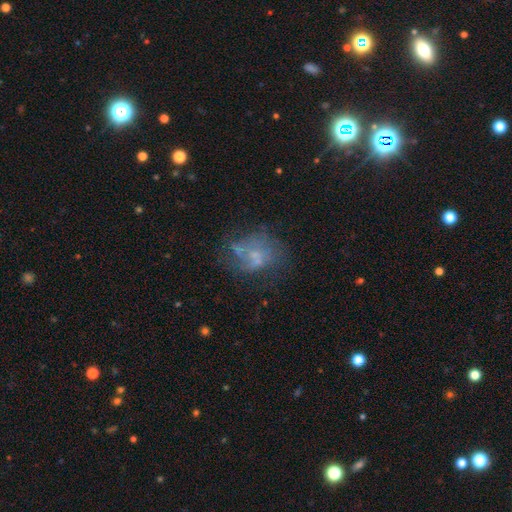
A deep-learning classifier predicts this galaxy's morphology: smooth_or_featured: featured or disk (p=0.57) [alt: smooth p=0.27]
disk_edge_on: no (p=0.98) [alt: yes p=0.02]
bar: no (p=0.82) [alt: weak p=0.16]
has_spiral_arms: no (p=0.69) [alt: yes p=0.31]
bulge_size: none (p=0.43) [alt: small p=0.39]
merging: none (p=0.44) [alt: major disturbance p=0.28]